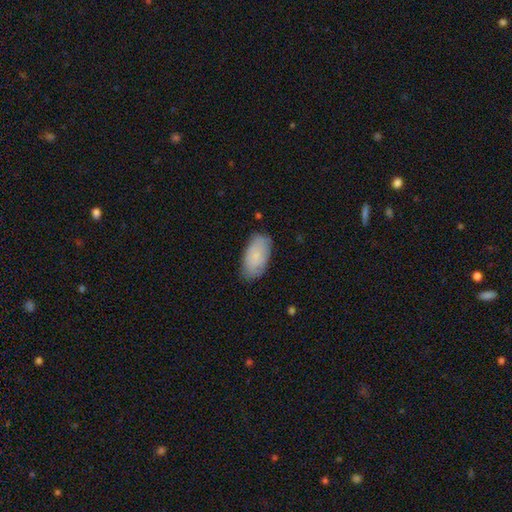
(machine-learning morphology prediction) type=smooth (80%); roundness=in between (94%); merging=none (77%).